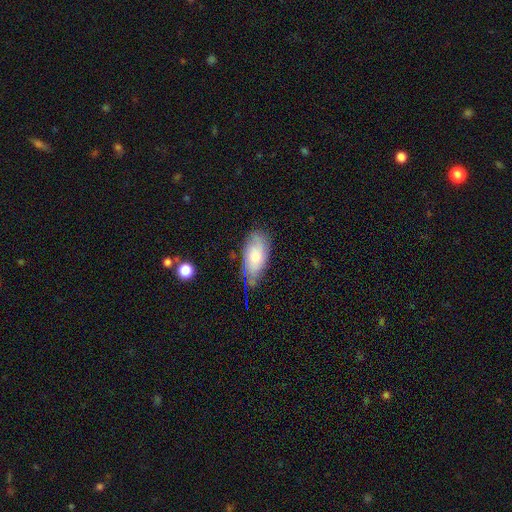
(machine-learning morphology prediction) Smooth or featured: smooth — 49% (featured or disk — 43%)
Merging: none — 62% (minor disturbance — 29%)